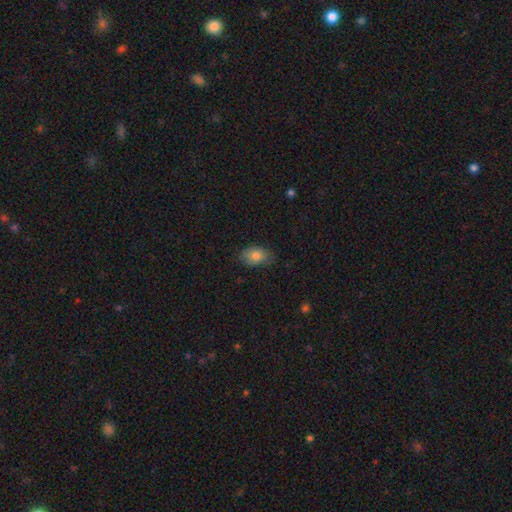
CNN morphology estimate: Overall: smooth (81%). How rounded: in between (83%). Merging: none (73%).